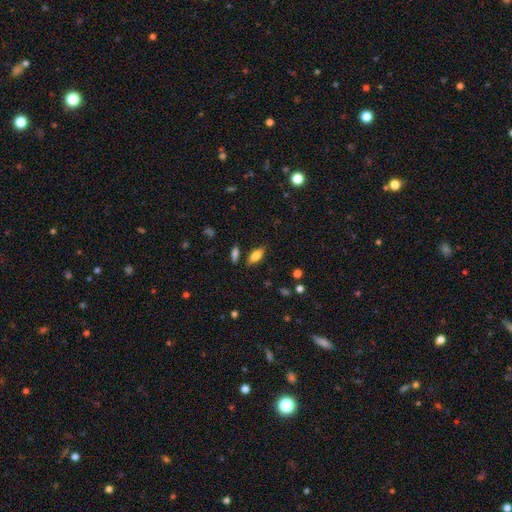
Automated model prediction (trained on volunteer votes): smooth-or-featured: smooth: 79% | featured or disk: 13% | star or artifact: 8%
  how-rounded: in between: 83% | cigar-shaped: 15% | round: 3%
  merging: none: 82% | minor disturbance: 11% | merger: 4% | major disturbance: 3%